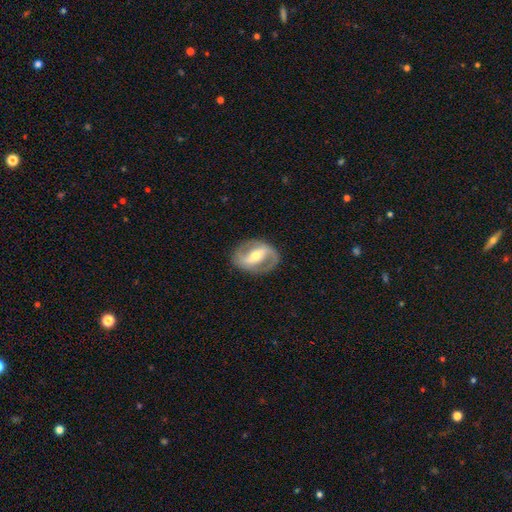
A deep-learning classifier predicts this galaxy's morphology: Smooth or featured?
  - featured or disk: 84% *
  - smooth: 11%
  - star or artifact: 5%
Edge-on disk?
  - no: 95% *
  - yes: 5%
Bar?
  - strong: 54% *
  - weak: 31%
  - no: 15%
Spiral arms?
  - yes: 87% *
  - no: 13%
Spiral winding?
  - medium: 46% *
  - loose: 29%
  - tight: 25%
Spiral arm count?
  - 2: 89% *
  - can't tell: 4%
  - 1: 4%
  - 3: 1%
  - 4: 1%
  - more than 4: 1%
Bulge size?
  - moderate: 61% *
  - small: 33%
  - large: 4%
  - none: 1%
  - dominant: 1%
Merging?
  - none: 84% *
  - minor disturbance: 11%
  - major disturbance: 4%
  - merger: 1%